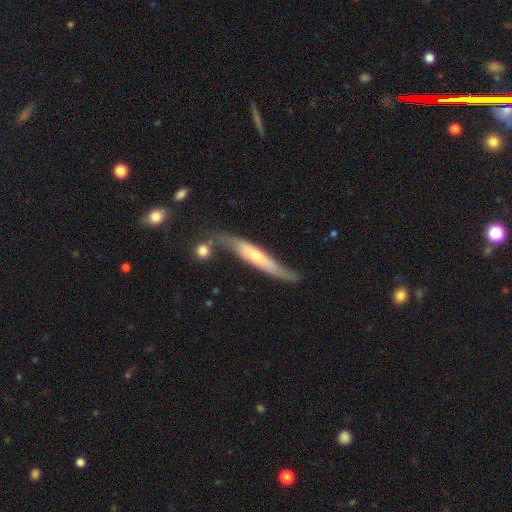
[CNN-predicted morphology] A featured or disk galaxy (57%) viewed edge-on (70%). Merging: none (52%).